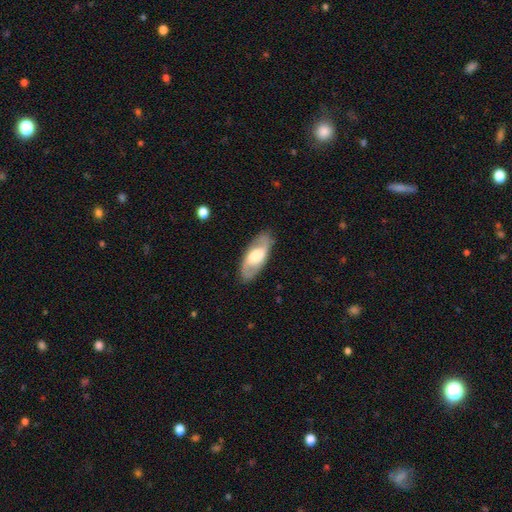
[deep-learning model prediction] Q: Smooth or featured?
A: featured or disk (57%); runner-up: smooth (38%)
Q: Edge-on disk?
A: no (83%); runner-up: yes (17%)
Q: Merging?
A: none (84%); runner-up: minor disturbance (11%)